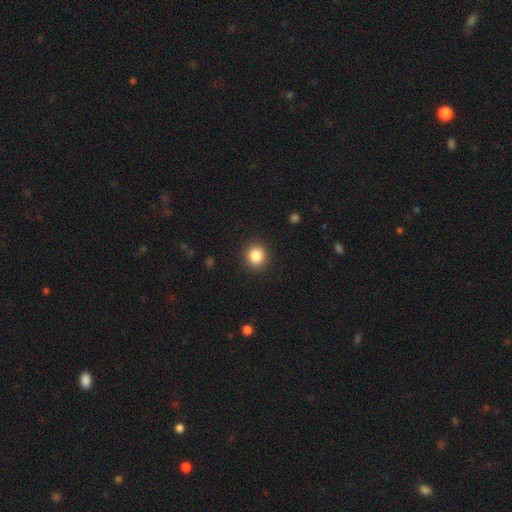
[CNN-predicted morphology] Smooth or featured: smooth — 85% (star or artifact — 10%)
How rounded: round — 90% (in between — 9%)
Merging: none — 91% (minor disturbance — 5%)